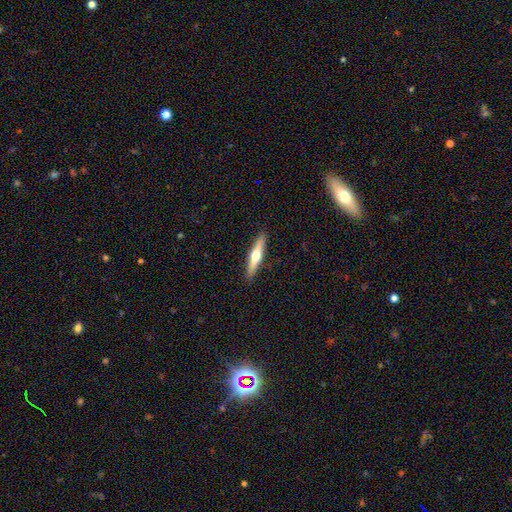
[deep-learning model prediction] A featured or disk galaxy (55%) viewed edge-on (95%) with a rounded central bulge (93%).

Vote fractions:
- Smooth or featured? featured or disk: 55% / smooth: 39% / star or artifact: 5%
- Edge-on disk? yes: 95% / no: 5%
- Edge-on bulge? rounded: 93% / none: 4% / boxy: 2%
- Merging? none: 91% / minor disturbance: 6% / major disturbance: 1% / merger: 1%